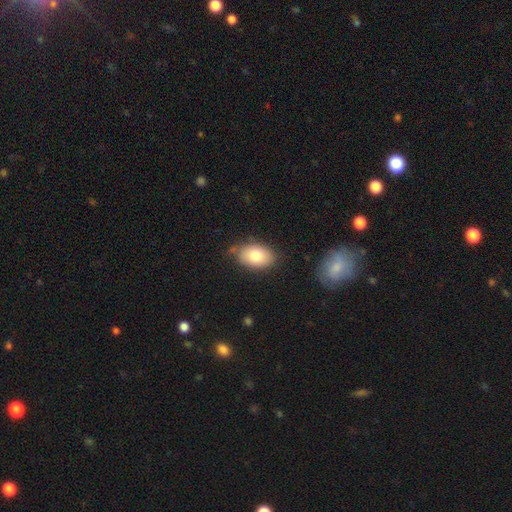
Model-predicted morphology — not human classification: This is likely a smooth galaxy (80%). How rounded: clearly in between (89%). Merging: likely none (76%).